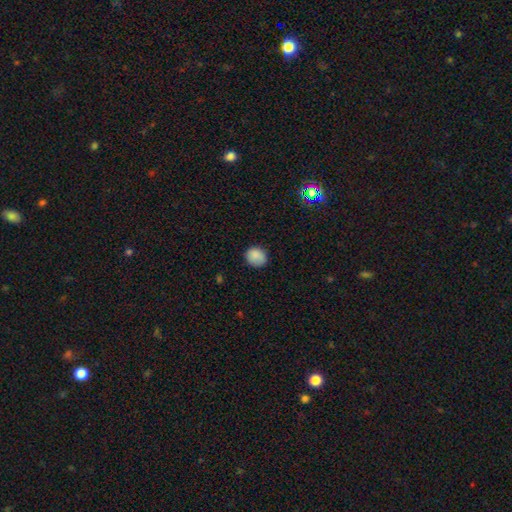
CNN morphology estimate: smooth 86%, star or artifact 9%, featured or disk 5%. Down the decision tree: how rounded — round (73%); merging — none (82%).